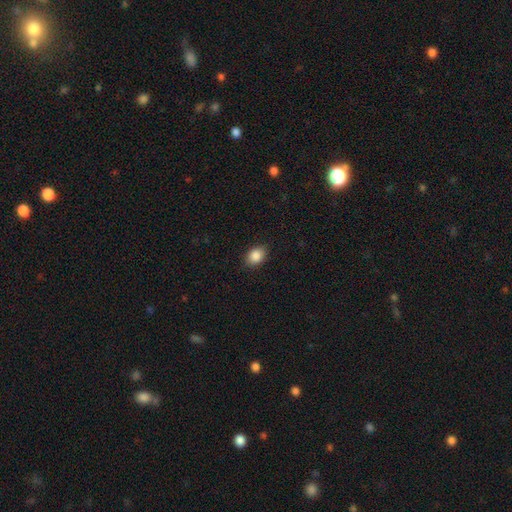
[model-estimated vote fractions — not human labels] The model was most divided on "how rounded": in between: 64%, round: 35%, cigar-shaped: 1%. More confident: smooth or featured — smooth (88%); merging — none (85%).